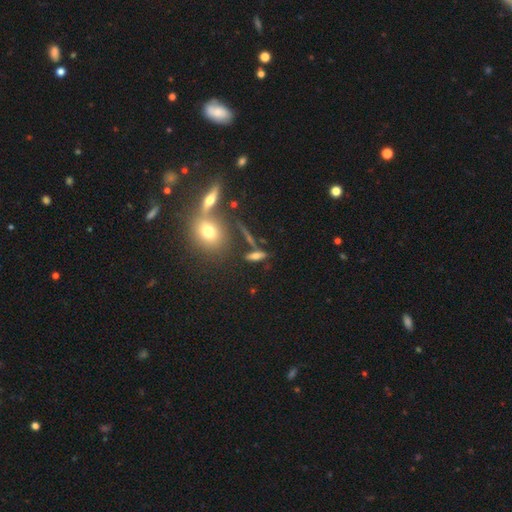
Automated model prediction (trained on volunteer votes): This is possibly a smooth galaxy (59%). How rounded: possibly in between (50%). Merging: likely none (68%).